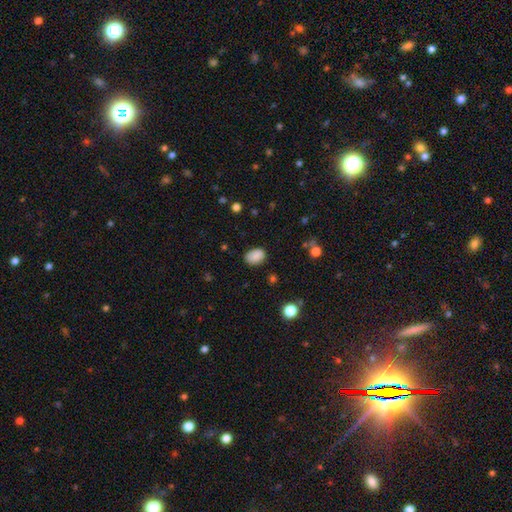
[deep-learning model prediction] smooth-or-featured: smooth: 86% | star or artifact: 9% | featured or disk: 4%
  how-rounded: in between: 80% | round: 19% | cigar-shaped: 1%
  merging: none: 74% | minor disturbance: 20% | major disturbance: 4% | merger: 2%